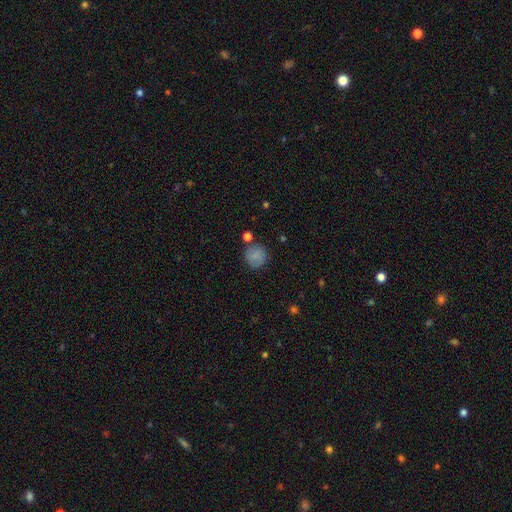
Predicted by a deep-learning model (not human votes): Overall: smooth (84%). How rounded: round (92%). Merging: none (79%).